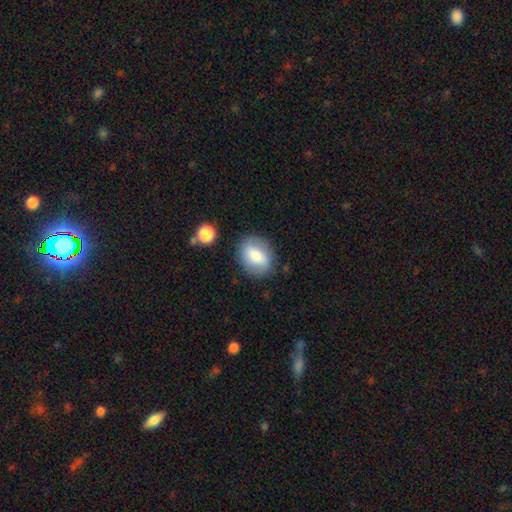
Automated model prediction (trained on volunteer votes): Morphology: type=smooth (72%); roundness=in between (65%); merging=none (81%).